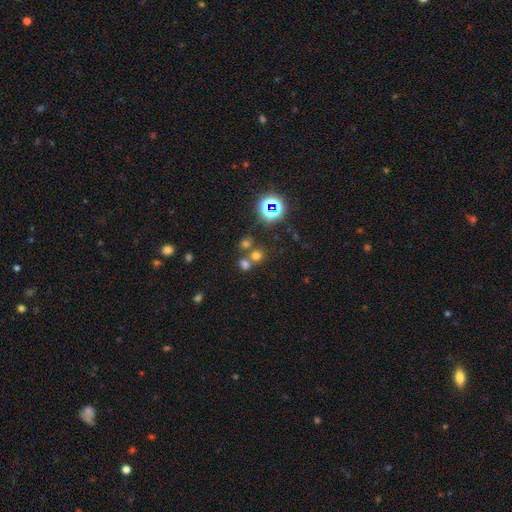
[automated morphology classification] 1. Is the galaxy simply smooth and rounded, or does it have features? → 59% smooth, 32% star or artifact, 9% featured or disk.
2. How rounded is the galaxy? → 85% round, 14% in between, 1% cigar-shaped.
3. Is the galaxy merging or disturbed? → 58% none, 32% merger, 7% minor disturbance, 3% major disturbance.